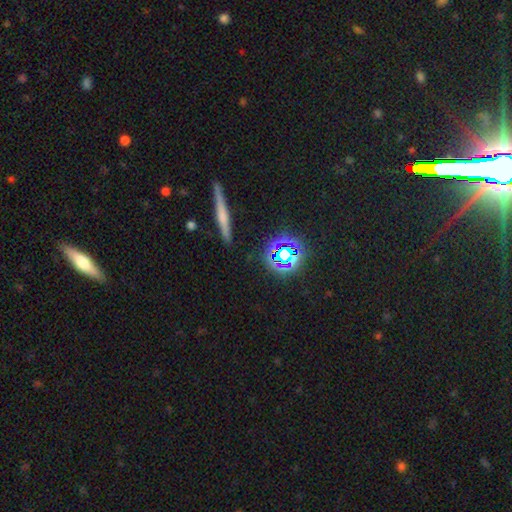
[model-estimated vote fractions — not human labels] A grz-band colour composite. It shows a star or artifact, not a galaxy (45%).